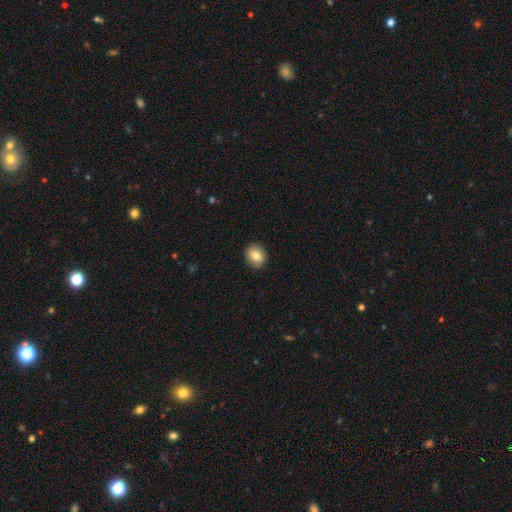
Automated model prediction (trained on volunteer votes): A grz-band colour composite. It shows a smooth galaxy with no disk features (79%) that is round (64%). Merging: none (90%).